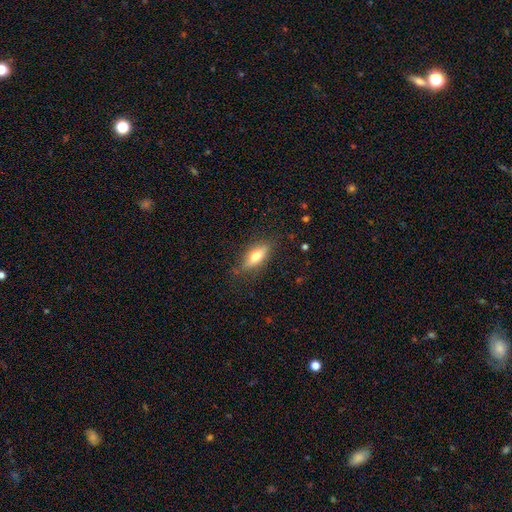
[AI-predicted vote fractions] Smooth or featured?
  - smooth: 57% *
  - featured or disk: 36%
  - star or artifact: 7%
How rounded?
  - in between: 63% *
  - cigar-shaped: 33%
  - round: 4%
Merging?
  - none: 78% *
  - minor disturbance: 16%
  - major disturbance: 4%
  - merger: 1%